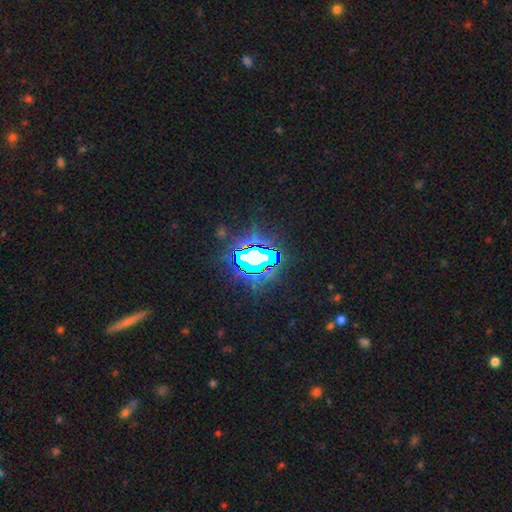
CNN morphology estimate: This is likely a star or artifact rather than a galaxy (75%).